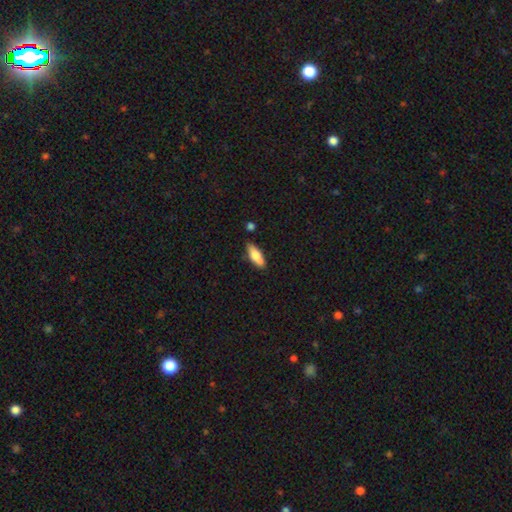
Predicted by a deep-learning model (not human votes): This is likely a smooth galaxy (70%). How rounded: likely in between (65%). Merging: likely none (74%).